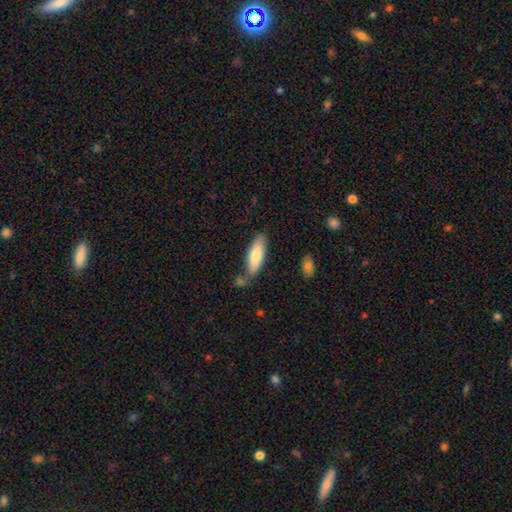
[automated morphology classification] Q: Smooth or featured?
A: smooth (77%); runner-up: featured or disk (17%)
Q: How rounded?
A: in between (58%); runner-up: cigar-shaped (41%)
Q: Merging?
A: none (67%); runner-up: minor disturbance (18%)